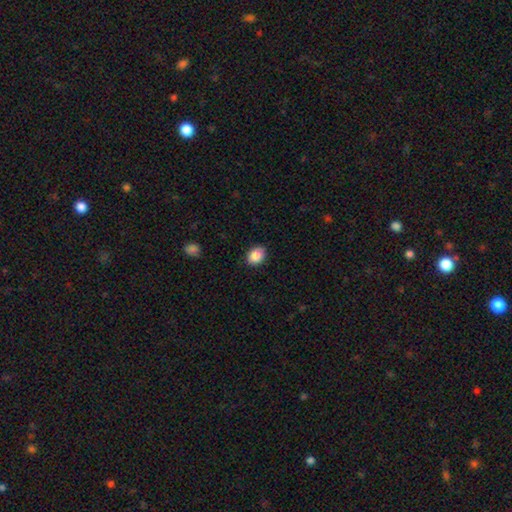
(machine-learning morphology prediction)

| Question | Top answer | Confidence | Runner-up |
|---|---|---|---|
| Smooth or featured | smooth | 87% | star or artifact (8%) |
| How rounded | in between | 63% | round (36%) |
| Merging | none | 87% | minor disturbance (10%) |